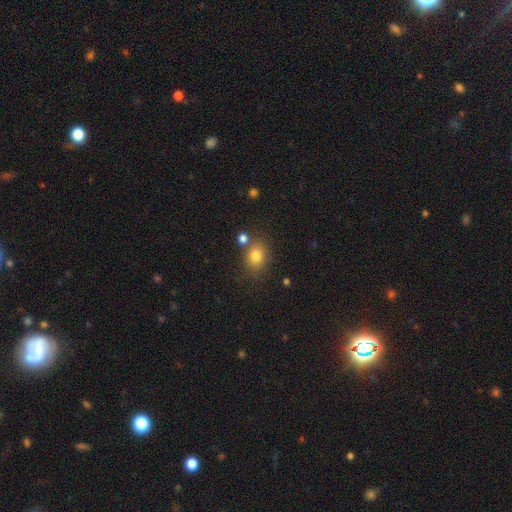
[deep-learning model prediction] Q: Smooth or featured?
A: smooth (79%); runner-up: star or artifact (12%)
Q: How rounded?
A: round (56%); runner-up: in between (43%)
Q: Merging?
A: none (70%); runner-up: merger (14%)